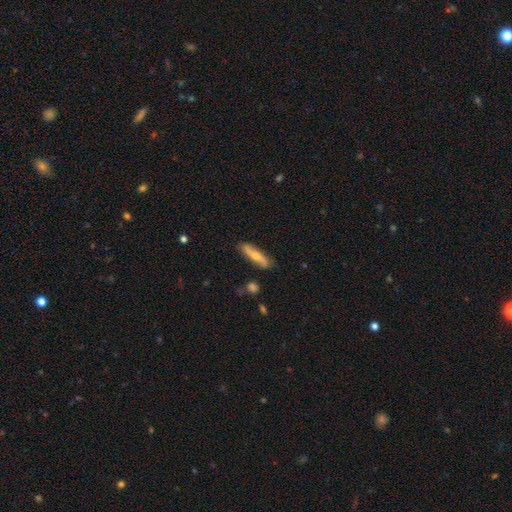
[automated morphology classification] smooth 48%, featured or disk 46%, star or artifact 6%. Down the decision tree: merging — none (80%).